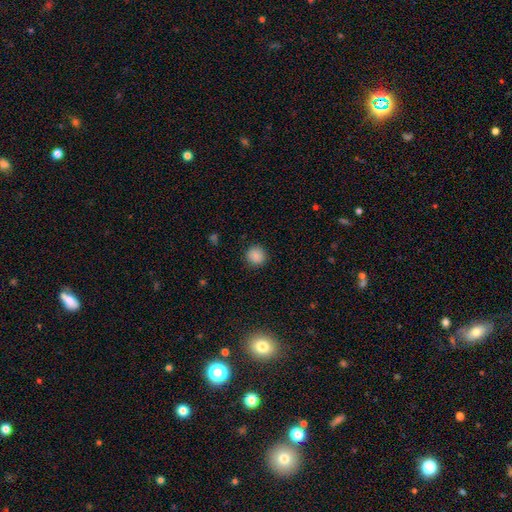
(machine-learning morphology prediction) The model was most divided on "smooth or featured": smooth: 88%, star or artifact: 9%, featured or disk: 3%. More confident: how rounded — round (93%); merging — none (91%).